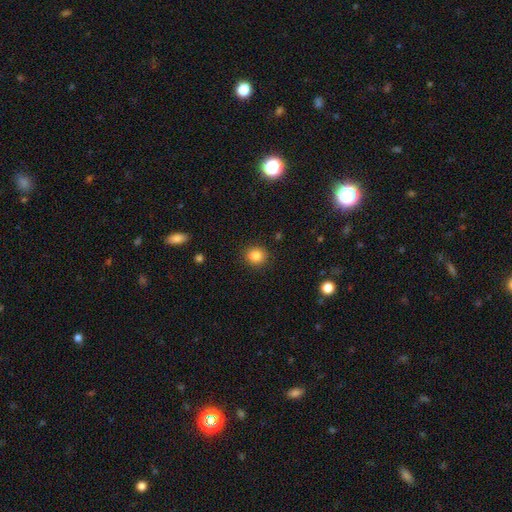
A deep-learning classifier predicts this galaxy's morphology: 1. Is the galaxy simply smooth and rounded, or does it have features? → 85% smooth, 10% star or artifact, 5% featured or disk.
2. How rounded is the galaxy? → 77% round, 22% in between, 1% cigar-shaped.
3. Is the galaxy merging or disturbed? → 90% none, 7% minor disturbance, 2% major disturbance, 1% merger.